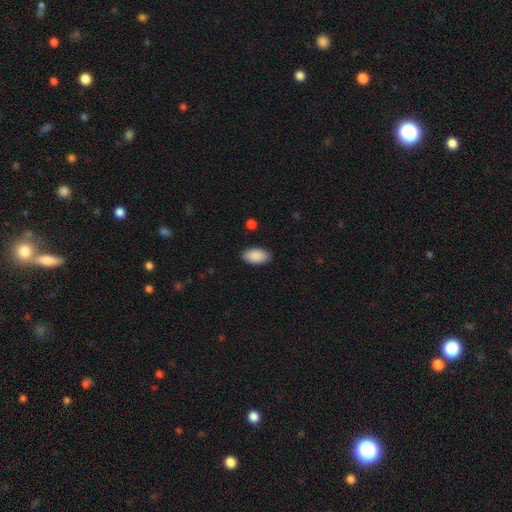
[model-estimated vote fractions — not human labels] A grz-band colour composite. It shows a smooth galaxy with no disk features (90%) that is in between round and cigar-shaped (95%). Merging: none (89%).